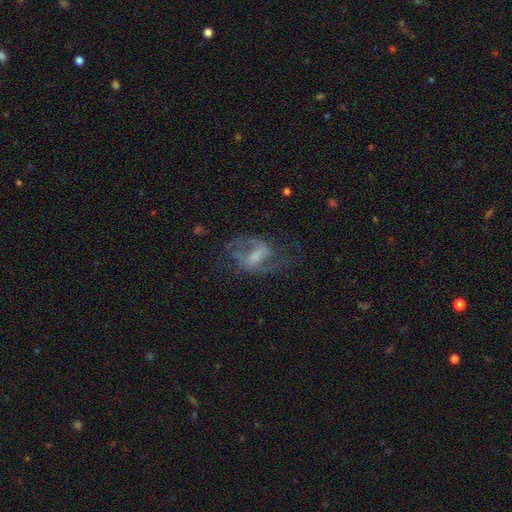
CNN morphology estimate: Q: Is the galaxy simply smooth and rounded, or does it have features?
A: featured or disk — 76%.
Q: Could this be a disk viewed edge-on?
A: no — 96%.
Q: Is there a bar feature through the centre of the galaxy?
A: weak — 50%.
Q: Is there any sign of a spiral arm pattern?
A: yes — 86%.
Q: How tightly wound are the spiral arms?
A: medium — 48%.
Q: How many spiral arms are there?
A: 2 — 80%.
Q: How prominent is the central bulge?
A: moderate — 35%.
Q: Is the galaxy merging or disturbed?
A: none — 55%.